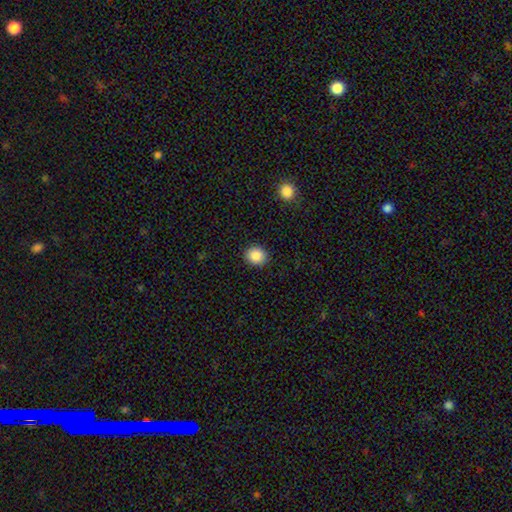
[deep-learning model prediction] Q: Smooth or featured?
A: smooth (87%); runner-up: star or artifact (9%)
Q: How rounded?
A: round (73%); runner-up: in between (27%)
Q: Merging?
A: none (91%); runner-up: minor disturbance (6%)